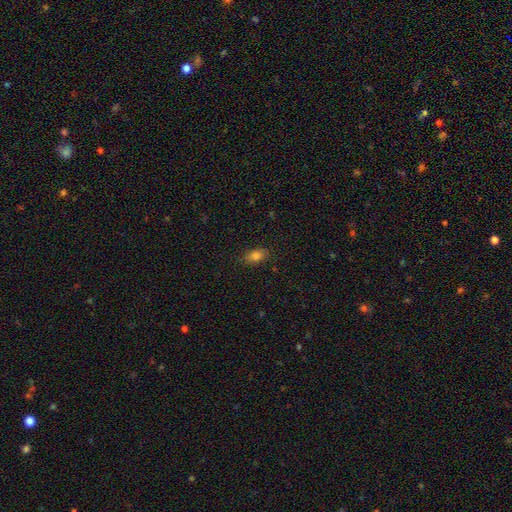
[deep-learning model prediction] A smooth galaxy with no disk features (82%) that is in between round and cigar-shaped (85%).

Vote fractions:
- Smooth or featured? smooth: 82% / star or artifact: 11% / featured or disk: 7%
- How rounded? in between: 85% / round: 10% / cigar-shaped: 5%
- Merging? none: 84% / minor disturbance: 12% / major disturbance: 3% / merger: 1%